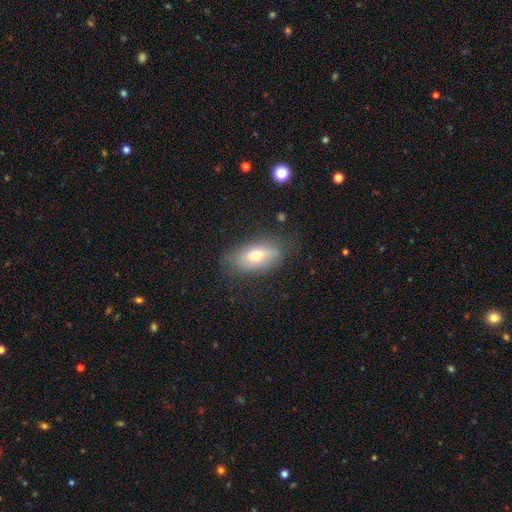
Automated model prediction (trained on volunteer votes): This is likely a smooth galaxy (70%). How rounded: clearly in between (87%). Merging: likely none (71%).